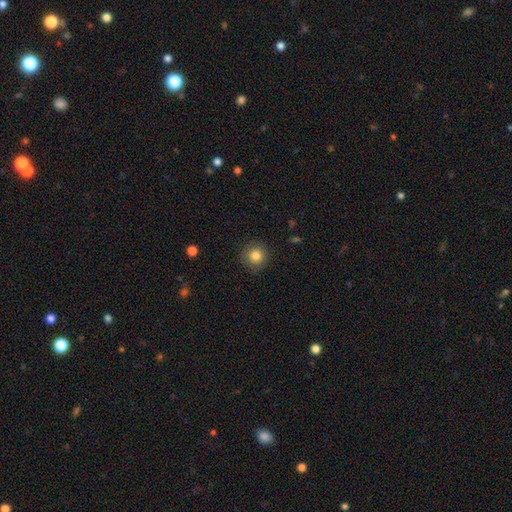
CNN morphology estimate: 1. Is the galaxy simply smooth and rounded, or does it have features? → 83% smooth, 10% star or artifact, 7% featured or disk.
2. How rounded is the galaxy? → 93% round, 6% in between, 1% cigar-shaped.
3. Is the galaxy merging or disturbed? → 87% none, 9% minor disturbance, 3% major disturbance, 1% merger.